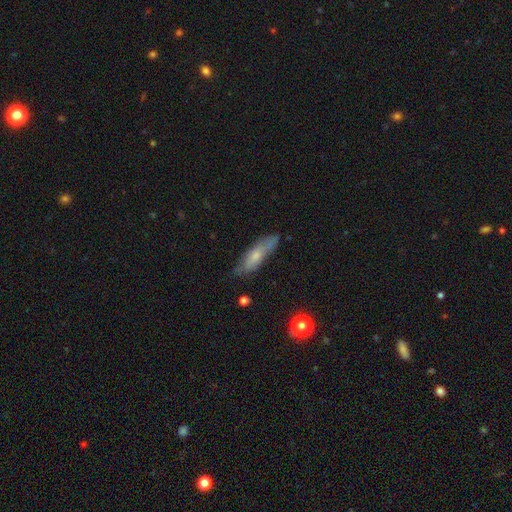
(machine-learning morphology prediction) A smooth galaxy with no disk features (59%) that is cigar-shaped (61%).

Vote fractions:
- Smooth or featured? smooth: 59% / featured or disk: 34% / star or artifact: 7%
- How rounded? cigar-shaped: 61% / in between: 37% / round: 2%
- Merging? none: 67% / minor disturbance: 24% / major disturbance: 6% / merger: 2%